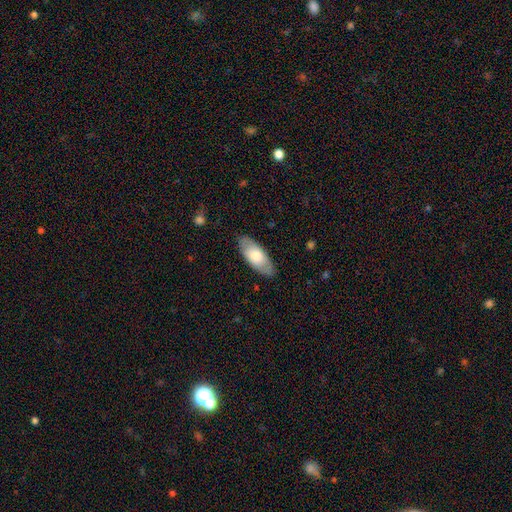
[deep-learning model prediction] smooth-or-featured: smooth: 71% | featured or disk: 24% | star or artifact: 5%
  how-rounded: in between: 83% | cigar-shaped: 15% | round: 2%
  merging: none: 86% | minor disturbance: 11% | major disturbance: 2% | merger: 1%